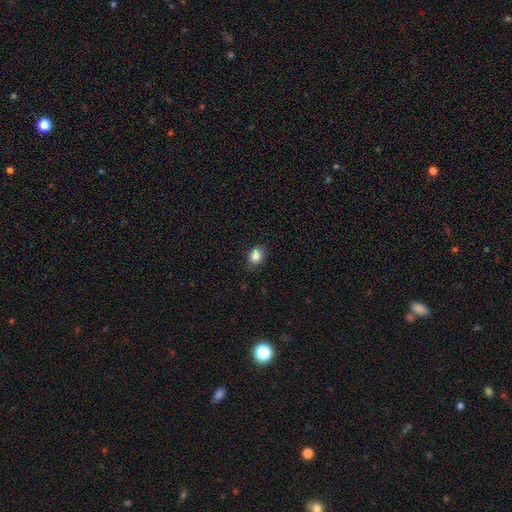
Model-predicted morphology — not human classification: This is clearly a smooth galaxy (82%). How rounded: possibly in between (55%). Merging: likely none (74%).